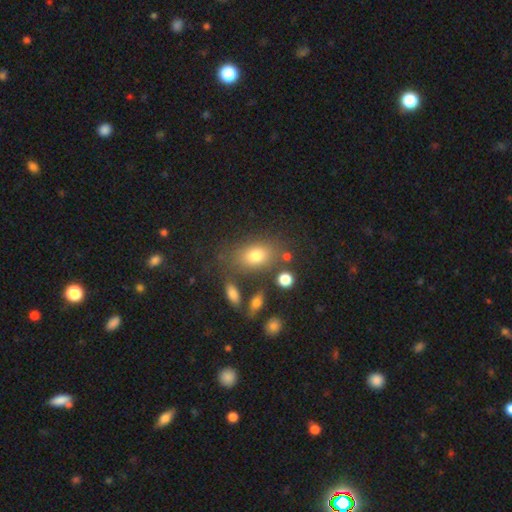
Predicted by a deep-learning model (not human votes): Smooth or featured?
  - smooth: 76% *
  - featured or disk: 12%
  - star or artifact: 12%
How rounded?
  - in between: 77% *
  - round: 21%
  - cigar-shaped: 2%
Merging?
  - none: 72% *
  - minor disturbance: 14%
  - merger: 8%
  - major disturbance: 6%